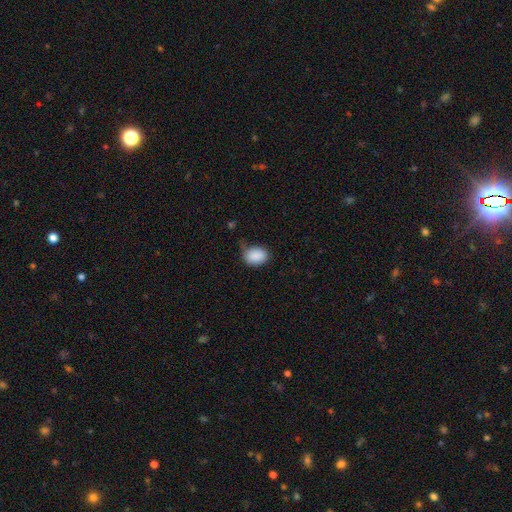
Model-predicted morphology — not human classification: Smooth or featured: smooth — 88% (star or artifact — 7%)
How rounded: in between — 70% (round — 29%)
Merging: none — 59% (minor disturbance — 29%)